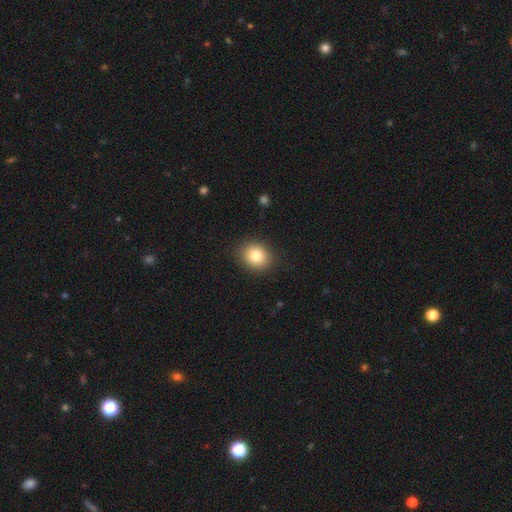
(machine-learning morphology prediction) smooth-or-featured: smooth: 82% | star or artifact: 10% | featured or disk: 8%
  how-rounded: round: 72% | in between: 27% | cigar-shaped: 1%
  merging: none: 89% | minor disturbance: 7% | major disturbance: 2% | merger: 1%